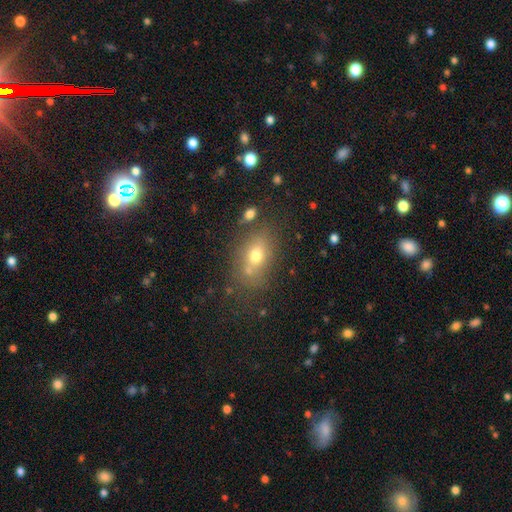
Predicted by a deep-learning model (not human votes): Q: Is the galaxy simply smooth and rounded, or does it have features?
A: smooth — 68%.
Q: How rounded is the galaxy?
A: in between — 73%.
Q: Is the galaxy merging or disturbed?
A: none — 64%.